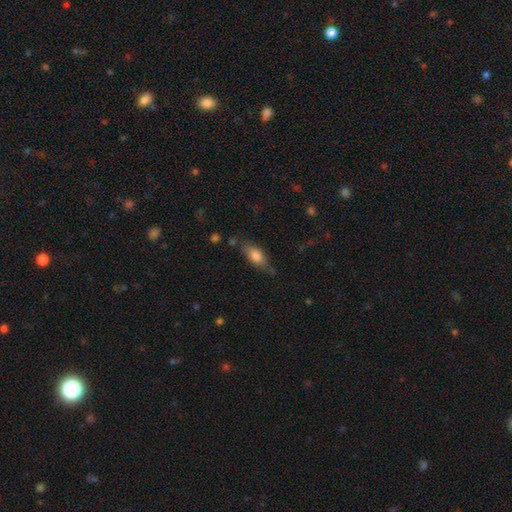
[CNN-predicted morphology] smooth-or-featured: smooth: 76% | featured or disk: 17% | star or artifact: 7%
  how-rounded: in between: 79% | cigar-shaped: 18% | round: 3%
  merging: none: 65% | minor disturbance: 24% | major disturbance: 6% | merger: 5%